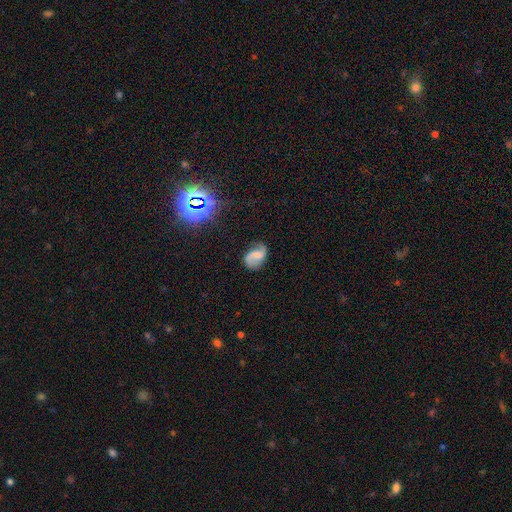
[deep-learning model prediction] Smooth or featured?
  - featured or disk: 74% *
  - smooth: 17%
  - star or artifact: 9%
Edge-on disk?
  - no: 98% *
  - yes: 2%
Bar?
  - weak: 47% *
  - no: 37%
  - strong: 16%
Spiral arms?
  - yes: 94% *
  - no: 6%
Spiral winding?
  - loose: 57% *
  - medium: 34%
  - tight: 9%
Spiral arm count?
  - 2: 87% *
  - 1: 6%
  - can't tell: 4%
  - 3: 1%
  - 4: 1%
  - more than 4: 1%
Bulge size?
  - none: 45% *
  - small: 29%
  - moderate: 21%
  - large: 4%
  - dominant: 1%
Merging?
  - none: 71% *
  - minor disturbance: 19%
  - major disturbance: 8%
  - merger: 2%